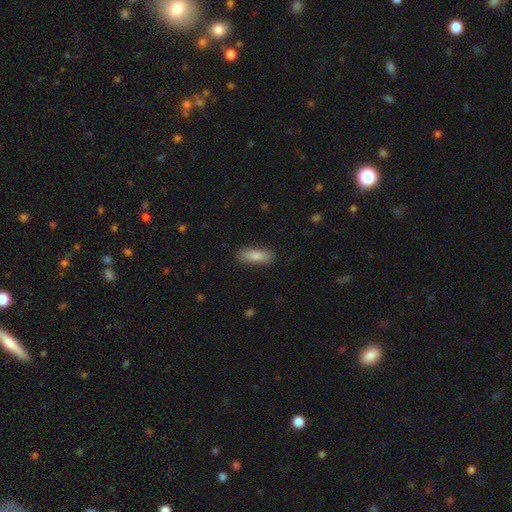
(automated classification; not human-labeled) A smooth galaxy with no disk features (84%) that is in between round and cigar-shaped (57%).

Vote fractions:
- Smooth or featured? smooth: 84% / featured or disk: 10% / star or artifact: 6%
- How rounded? in between: 57% / cigar-shaped: 41% / round: 2%
- Merging? none: 86% / minor disturbance: 11% / major disturbance: 2% / merger: 1%